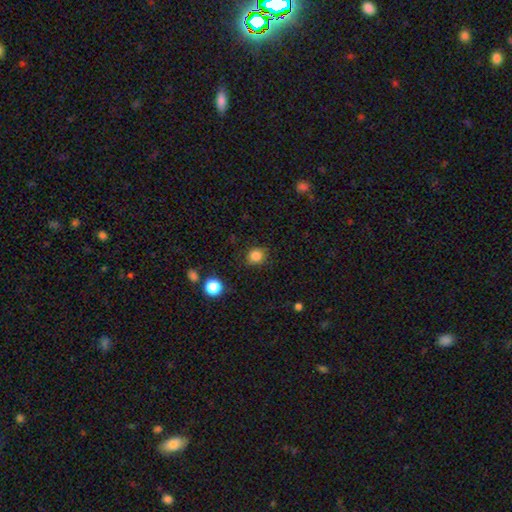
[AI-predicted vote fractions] smooth_or_featured: smooth (p=0.84) [alt: star or artifact p=0.12]
how_rounded: round (p=0.82) [alt: in between p=0.17]
merging: none (p=0.85) [alt: minor disturbance p=0.10]